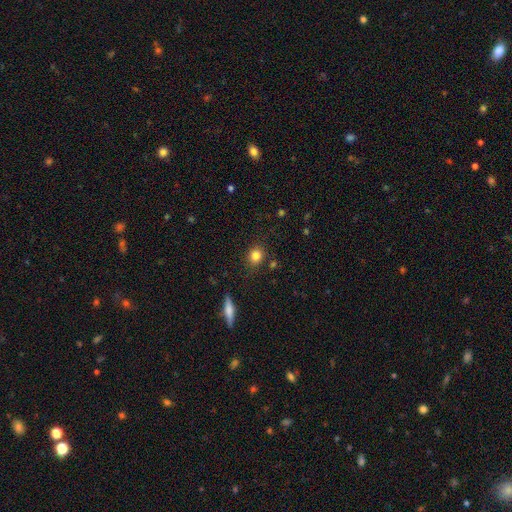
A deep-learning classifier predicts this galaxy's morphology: A smooth galaxy with no disk features (82%) that is round (75%).

Vote fractions:
- Smooth or featured? smooth: 82% / star or artifact: 11% / featured or disk: 7%
- How rounded? round: 75% / in between: 23% / cigar-shaped: 2%
- Merging? none: 85% / minor disturbance: 10% / major disturbance: 3% / merger: 3%